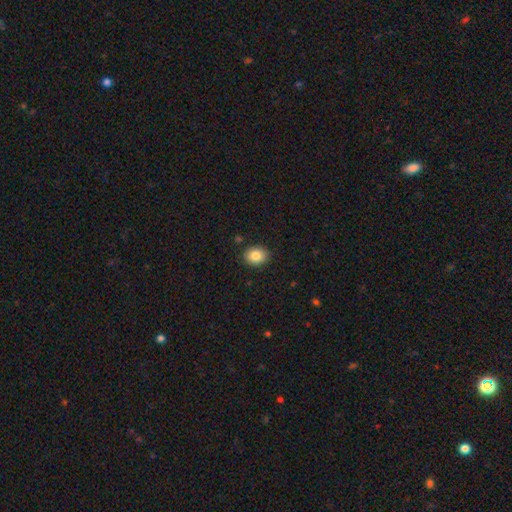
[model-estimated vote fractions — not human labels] This appears to be a smooth galaxy with no disk features (84%) that is in between round and cigar-shaped (53%). Merging: none (89%).